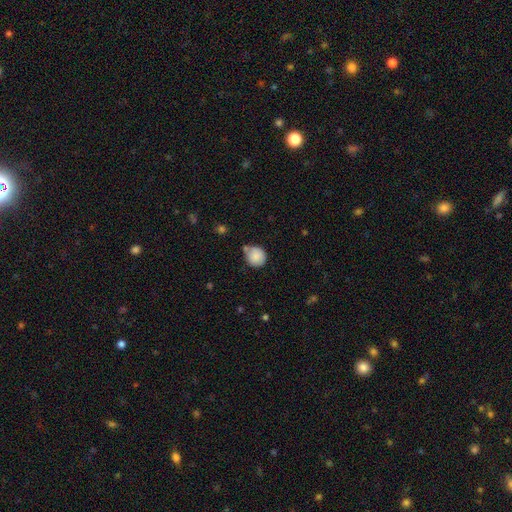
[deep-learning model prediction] smooth-or-featured: smooth: 86% | star or artifact: 8% | featured or disk: 7%
  how-rounded: round: 85% | in between: 14% | cigar-shaped: 1%
  merging: none: 63% | minor disturbance: 22% | merger: 11% | major disturbance: 4%